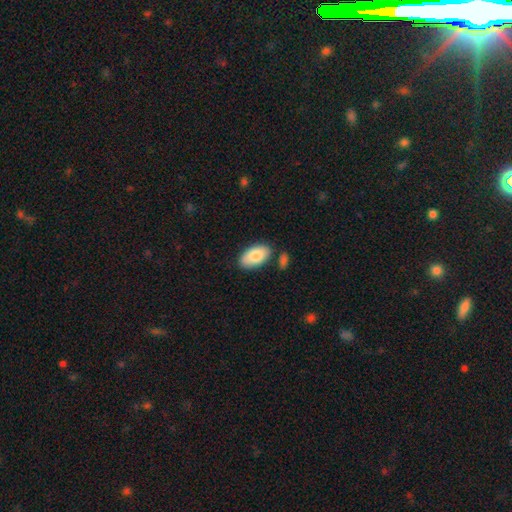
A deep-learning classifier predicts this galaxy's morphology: Smooth or featured?
  - smooth: 83% *
  - featured or disk: 11%
  - star or artifact: 6%
How rounded?
  - in between: 95% *
  - round: 3%
  - cigar-shaped: 2%
Merging?
  - none: 78% *
  - minor disturbance: 13%
  - merger: 6%
  - major disturbance: 3%